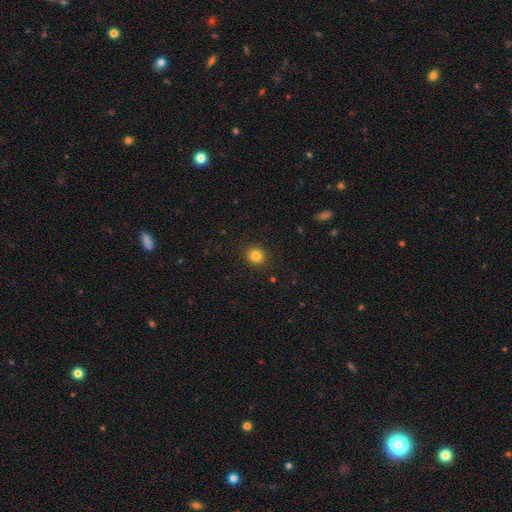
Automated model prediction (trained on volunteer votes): Smooth or featured?
  - smooth: 83% *
  - star or artifact: 12%
  - featured or disk: 5%
How rounded?
  - round: 89% *
  - in between: 10%
  - cigar-shaped: 1%
Merging?
  - none: 91% *
  - minor disturbance: 5%
  - major disturbance: 2%
  - merger: 1%